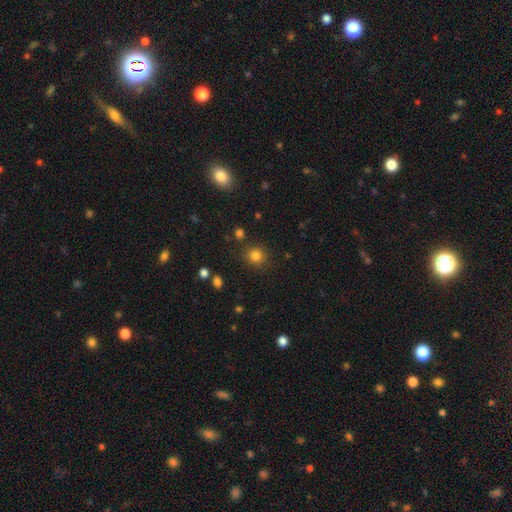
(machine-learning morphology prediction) A smooth galaxy with no disk features (82%) that is round (88%).

Vote fractions:
- Smooth or featured? smooth: 82% / star or artifact: 14% / featured or disk: 5%
- How rounded? round: 88% / in between: 11% / cigar-shaped: 1%
- Merging? none: 86% / minor disturbance: 8% / major disturbance: 3% / merger: 3%